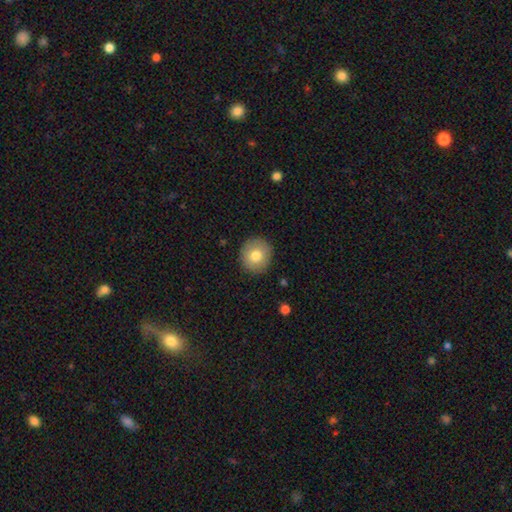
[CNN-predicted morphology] Smooth or featured?
  - smooth: 77% *
  - featured or disk: 14%
  - star or artifact: 8%
How rounded?
  - round: 92% *
  - in between: 7%
  - cigar-shaped: 1%
Merging?
  - none: 91% *
  - minor disturbance: 7%
  - major disturbance: 2%
  - merger: 1%